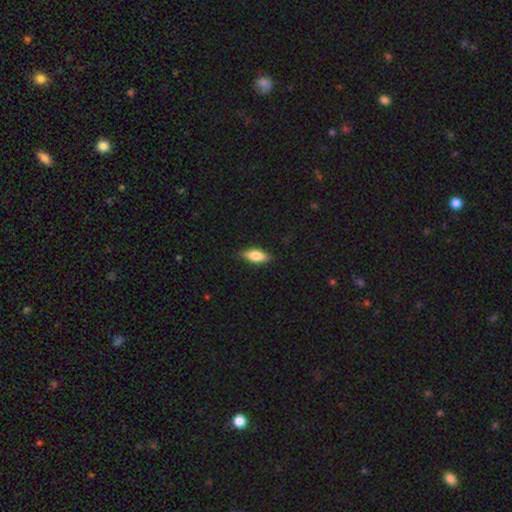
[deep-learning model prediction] Smooth or featured?
  - smooth: 77% *
  - featured or disk: 16%
  - star or artifact: 6%
How rounded?
  - in between: 79% *
  - cigar-shaped: 18%
  - round: 3%
Merging?
  - none: 85% *
  - minor disturbance: 12%
  - major disturbance: 2%
  - merger: 1%